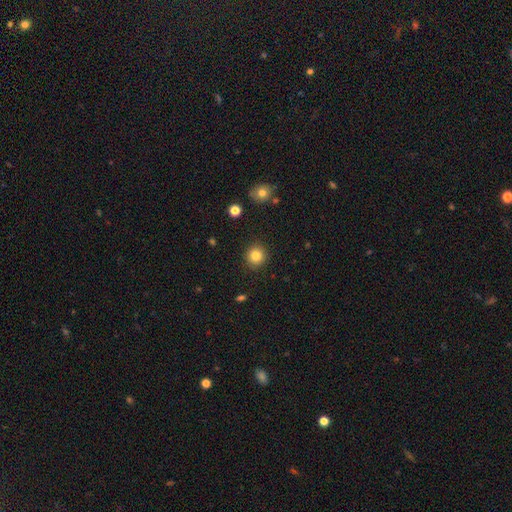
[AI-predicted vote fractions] Smooth or featured?
  - smooth: 83% *
  - star or artifact: 11%
  - featured or disk: 6%
How rounded?
  - round: 91% *
  - in between: 8%
  - cigar-shaped: 1%
Merging?
  - none: 91% *
  - minor disturbance: 6%
  - major disturbance: 2%
  - merger: 1%